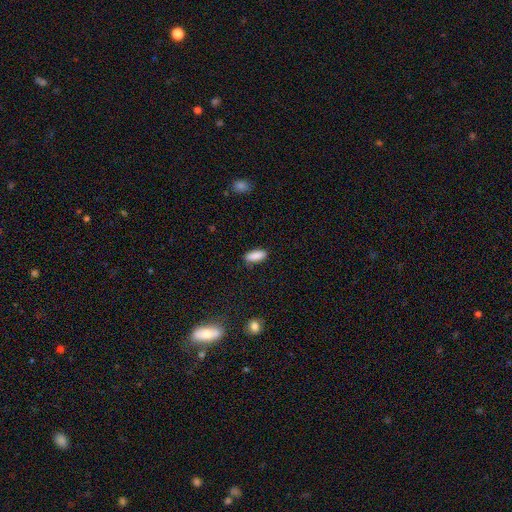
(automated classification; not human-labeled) A smooth galaxy with no disk features (89%) that is in between round and cigar-shaped (78%).

Vote fractions:
- Smooth or featured? smooth: 89% / star or artifact: 7% / featured or disk: 4%
- How rounded? in between: 78% / cigar-shaped: 20% / round: 2%
- Merging? none: 87% / minor disturbance: 10% / major disturbance: 2% / merger: 1%